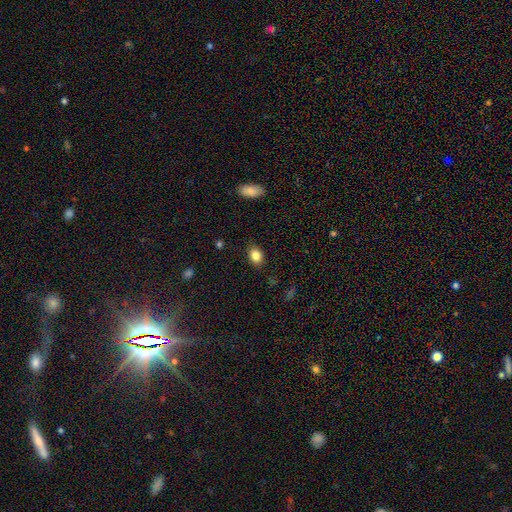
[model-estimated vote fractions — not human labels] A smooth galaxy with no disk features (84%) that is in between round and cigar-shaped (71%). Merging: none (86%).